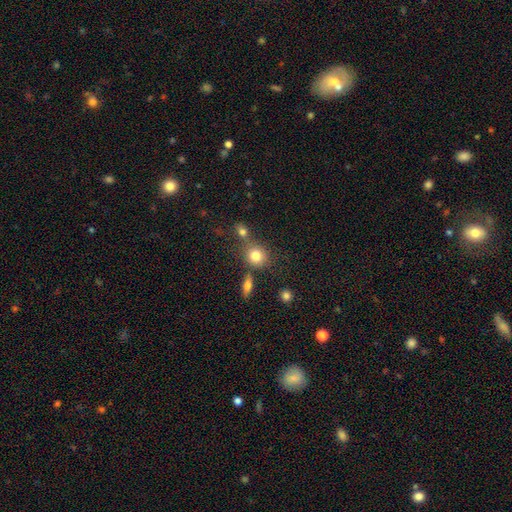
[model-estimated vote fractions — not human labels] A smooth galaxy with no disk features (80%) that is round (80%). Merging: none (61%).